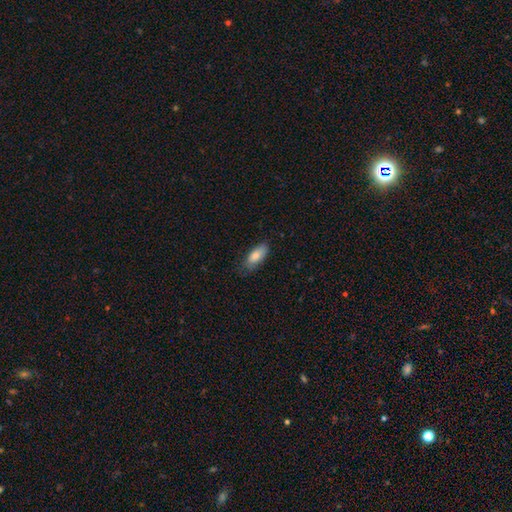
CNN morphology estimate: A smooth galaxy with no disk features (82%) that is in between round and cigar-shaped (81%). Merging: none (69%).